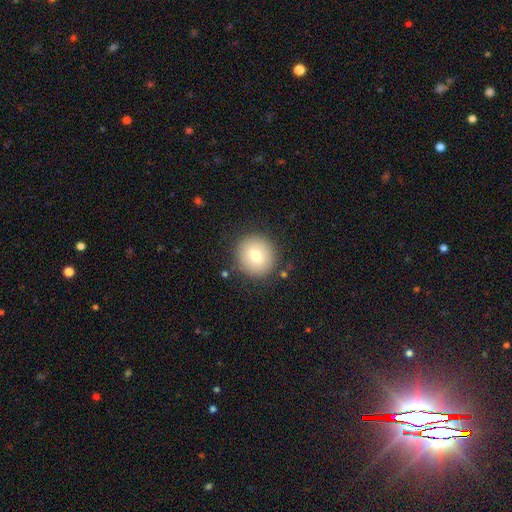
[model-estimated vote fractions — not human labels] Smooth or featured? smooth (75%)
How rounded? round (93%)
Merging? none (87%)